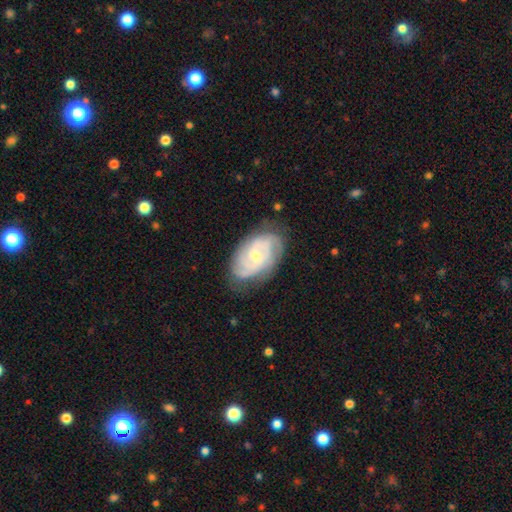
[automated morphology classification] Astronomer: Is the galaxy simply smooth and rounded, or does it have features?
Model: featured or disk — 83%.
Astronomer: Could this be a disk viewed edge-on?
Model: no — 96%.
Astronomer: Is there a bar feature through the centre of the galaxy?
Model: no — 63%.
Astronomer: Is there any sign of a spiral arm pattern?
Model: yes — 95%.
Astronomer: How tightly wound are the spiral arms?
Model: tight — 64%.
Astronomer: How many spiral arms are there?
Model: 2 — 29% (runner-up: 3, 27%).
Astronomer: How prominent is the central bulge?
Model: small — 49% (runner-up: moderate, 48%).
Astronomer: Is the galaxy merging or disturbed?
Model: none — 77%.